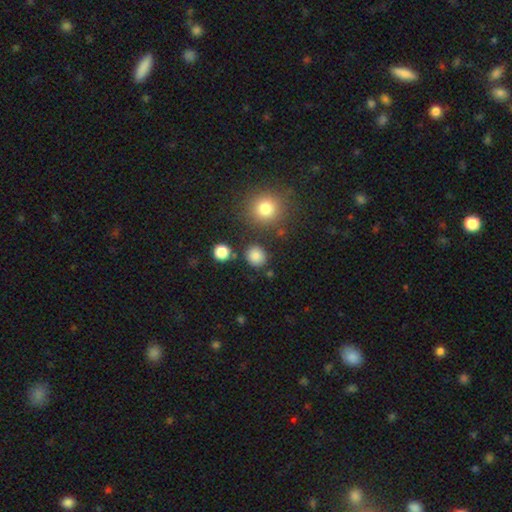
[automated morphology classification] Smooth or featured: smooth — 83% (star or artifact — 13%)
How rounded: round — 83% (in between — 17%)
Merging: none — 85% (minor disturbance — 8%)